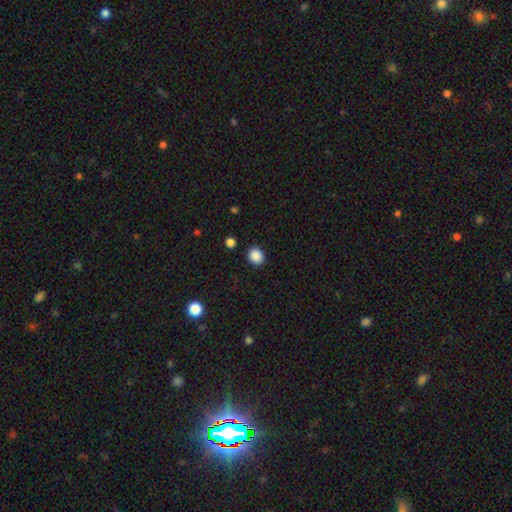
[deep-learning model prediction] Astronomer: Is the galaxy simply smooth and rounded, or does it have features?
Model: smooth — 88%.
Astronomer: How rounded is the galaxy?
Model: round — 63%.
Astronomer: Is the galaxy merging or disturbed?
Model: none — 89%.